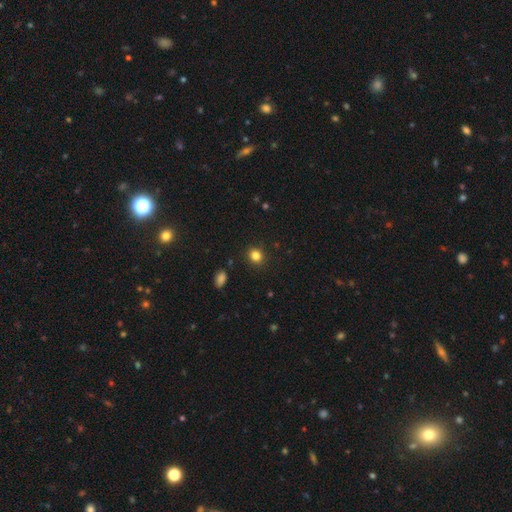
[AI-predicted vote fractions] The model was most divided on "how rounded": round: 81%, in between: 18%, cigar-shaped: 1%. More confident: merging — none (89%); smooth or featured — smooth (82%).